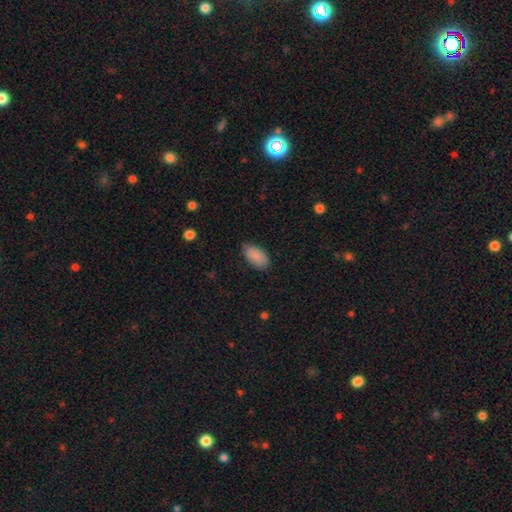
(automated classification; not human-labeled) smooth_or_featured: smooth (p=0.88) [alt: star or artifact p=0.07]
how_rounded: in between (p=0.94) [alt: cigar-shaped p=0.03]
merging: none (p=0.81) [alt: minor disturbance p=0.15]